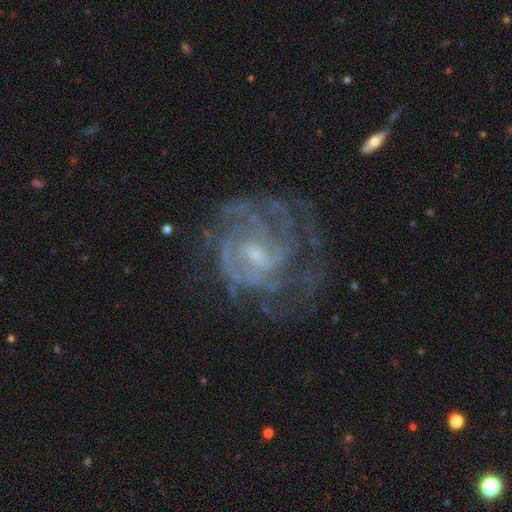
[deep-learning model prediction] A featured or disk galaxy (86%) with a weak bar (58%), tight (57%) spiral arms (93%) and a small central bulge (64%). Merging: none (63%).